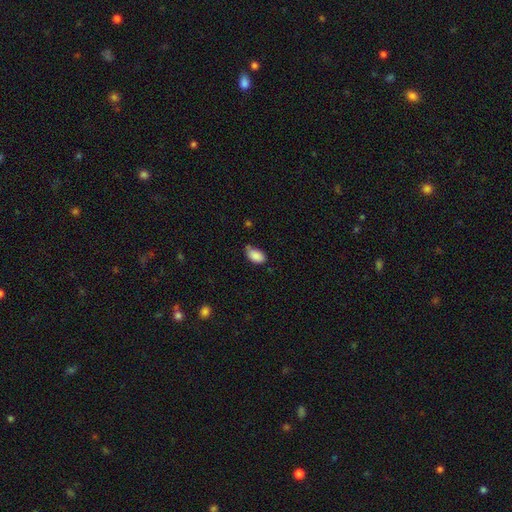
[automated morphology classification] smooth 87%, star or artifact 7%, featured or disk 5%. Down the decision tree: how rounded — in between (92%); merging — none (53%).